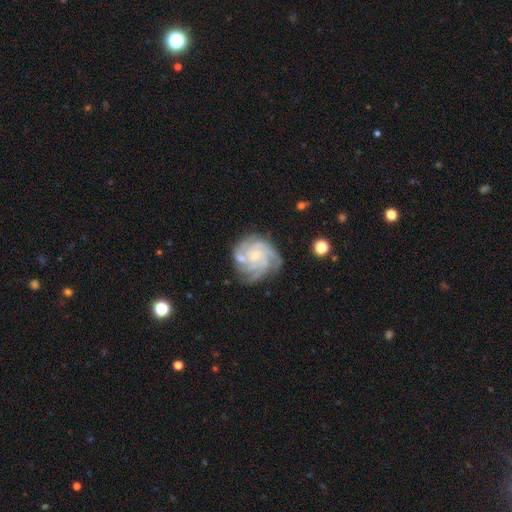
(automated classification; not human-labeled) smooth_or_featured: featured or disk (p=0.85) [alt: smooth p=0.08]
disk_edge_on: no (p=0.98) [alt: yes p=0.02]
bar: no (p=0.73) [alt: weak p=0.23]
has_spiral_arms: yes (p=0.97) [alt: no p=0.03]
spiral_winding: tight (p=0.67) [alt: medium p=0.28]
spiral_arm_count: 4 (p=0.41) [alt: can't tell p=0.17]
bulge_size: small (p=0.70) [alt: moderate p=0.23]
merging: none (p=0.67) [alt: minor disturbance p=0.19]